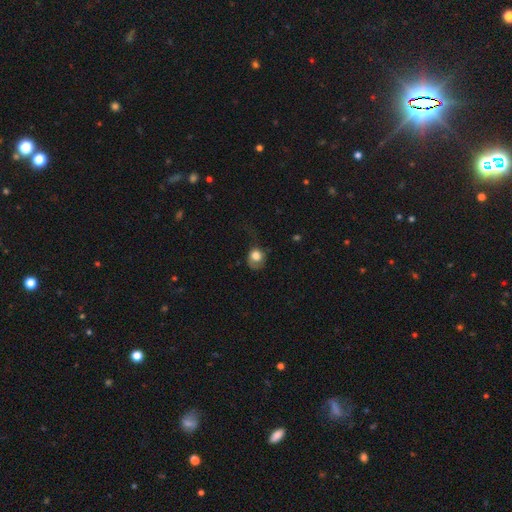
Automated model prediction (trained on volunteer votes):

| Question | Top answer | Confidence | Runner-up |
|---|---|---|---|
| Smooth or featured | smooth | 69% | featured or disk (22%) |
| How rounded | round | 68% | in between (31%) |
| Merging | major disturbance | 36% | none (35%) |